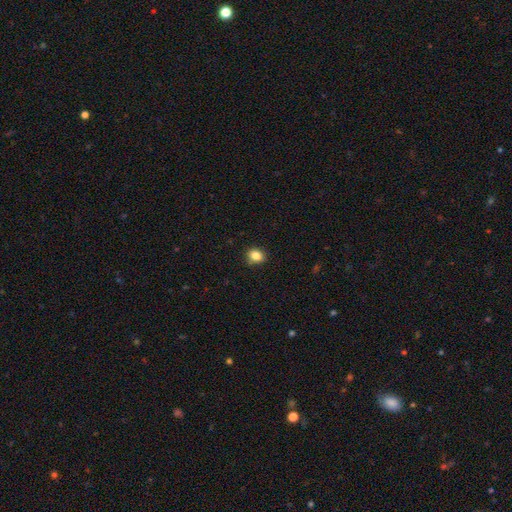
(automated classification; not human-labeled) The model was most divided on "how rounded": round: 62%, in between: 37%, cigar-shaped: 1%. More confident: merging — none (87%); smooth or featured — smooth (84%).